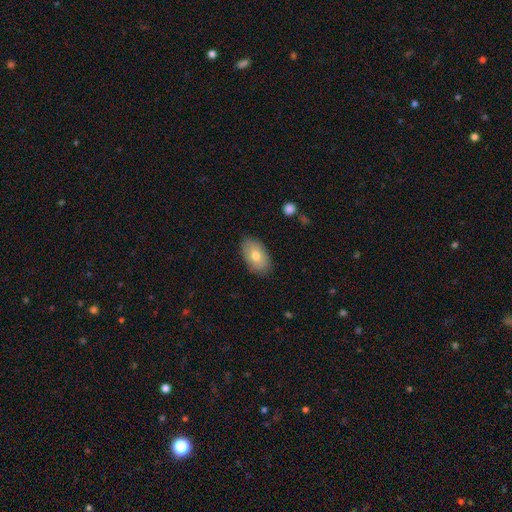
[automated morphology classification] Smooth or featured?
  - smooth: 73% *
  - featured or disk: 20%
  - star or artifact: 7%
How rounded?
  - in between: 92% *
  - round: 6%
  - cigar-shaped: 1%
Merging?
  - none: 84% *
  - minor disturbance: 12%
  - major disturbance: 2%
  - merger: 1%